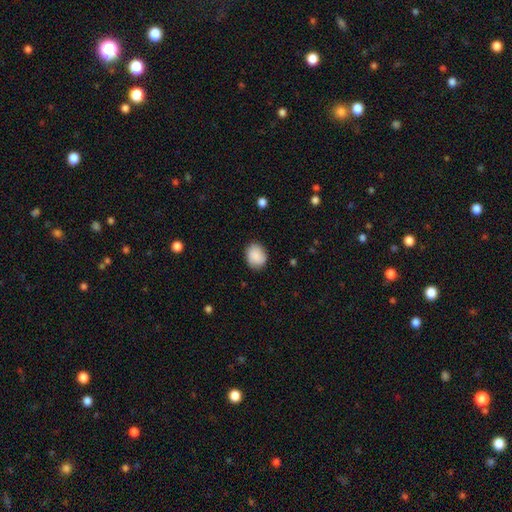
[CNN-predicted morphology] Smooth or featured? Predicted: smooth (p=0.89). How rounded? Predicted: round (p=0.56). Merging? Predicted: none (p=0.84).